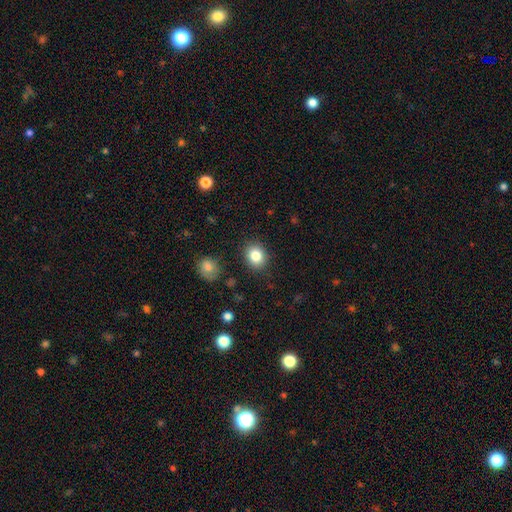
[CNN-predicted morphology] Q: Smooth or featured?
A: smooth (83%); runner-up: star or artifact (10%)
Q: How rounded?
A: round (63%); runner-up: in between (36%)
Q: Merging?
A: none (88%); runner-up: minor disturbance (8%)